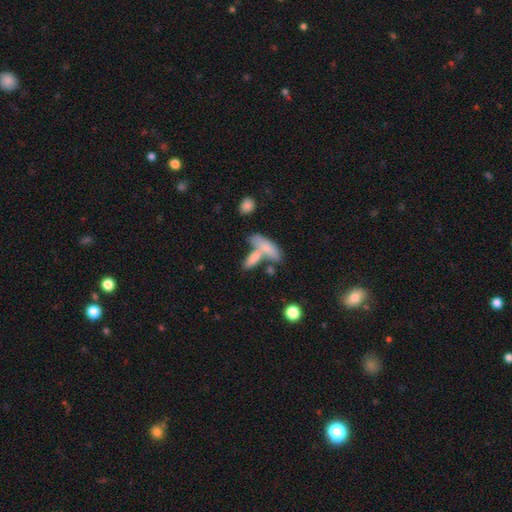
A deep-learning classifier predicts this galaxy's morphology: A smooth galaxy with no disk features (59%) that is cigar-shaped (51%). Merging: merger (45%).